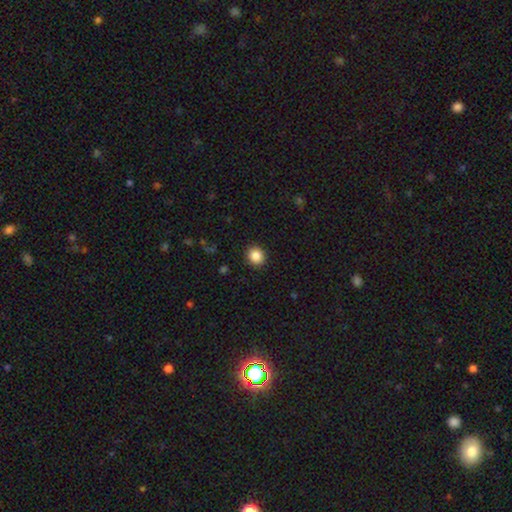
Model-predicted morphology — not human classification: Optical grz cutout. It shows a smooth galaxy with no disk features (87%) that is round (87%). Merging: none (91%).